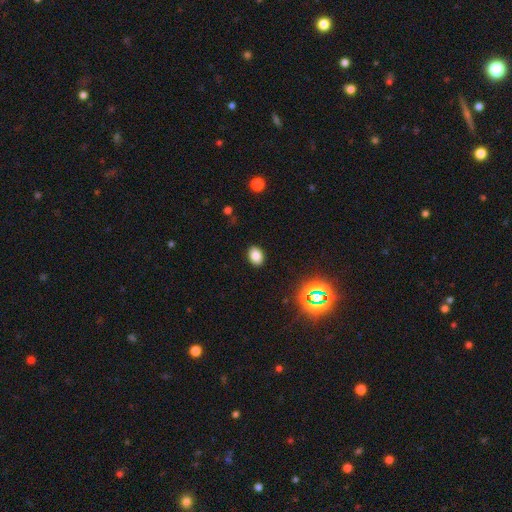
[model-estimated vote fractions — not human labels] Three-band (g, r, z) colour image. It shows a smooth galaxy with no disk features (80%) that is in between round and cigar-shaped (77%). Merging: none (89%).